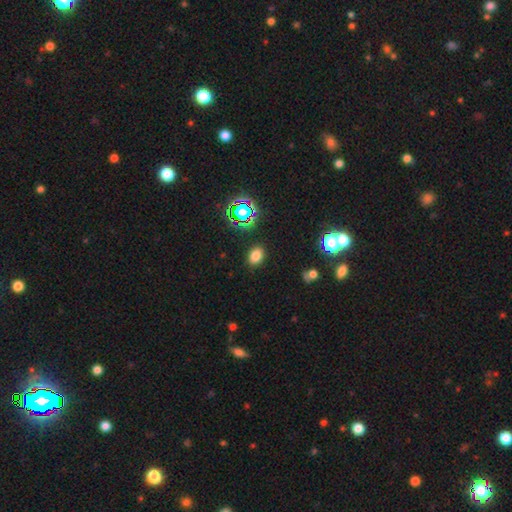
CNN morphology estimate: Smooth or featured? Predicted: smooth (p=0.75). How rounded? Predicted: in between (p=0.72). Merging? Predicted: none (p=0.87).